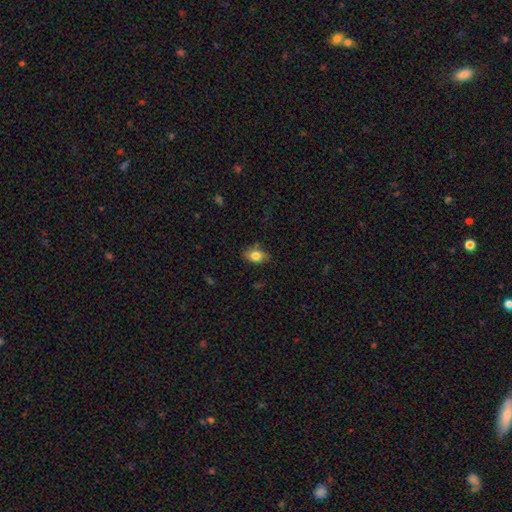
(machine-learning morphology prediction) A smooth galaxy with no disk features (80%) that is in between round and cigar-shaped (82%). Merging: none (79%).